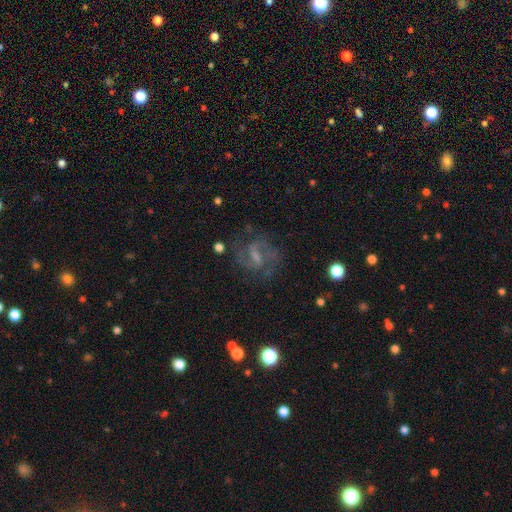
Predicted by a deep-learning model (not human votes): A featured or disk galaxy (78%) with a weak bar (53%), 2 (80%) medium (54%) spiral arms (92%) and a small central bulge (44%).

Vote fractions:
- Smooth or featured? featured or disk: 78% / smooth: 11% / star or artifact: 11%
- Edge-on disk? no: 97% / yes: 3%
- Bar? weak: 53% / strong: 31% / no: 16%
- Spiral arms? yes: 92% / no: 8%
- Spiral winding? medium: 54% / loose: 24% / tight: 22%
- Spiral arm count? 2: 80% / can't tell: 10% / 3: 4% / 1: 3% / 4: 2% / more than 4: 2%
- Bulge size? small: 44% / none: 28% / moderate: 24% / large: 3% / dominant: 1%
- Merging? none: 72% / minor disturbance: 16% / major disturbance: 11% / merger: 2%